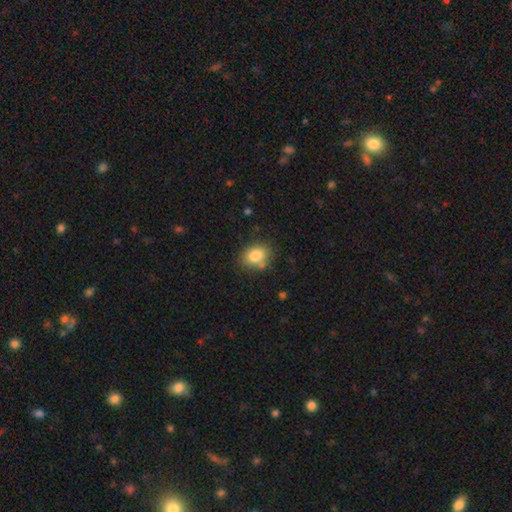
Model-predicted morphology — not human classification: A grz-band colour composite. It shows a smooth galaxy with no disk features (82%) that is in between round and cigar-shaped (60%). Merging: none (74%).